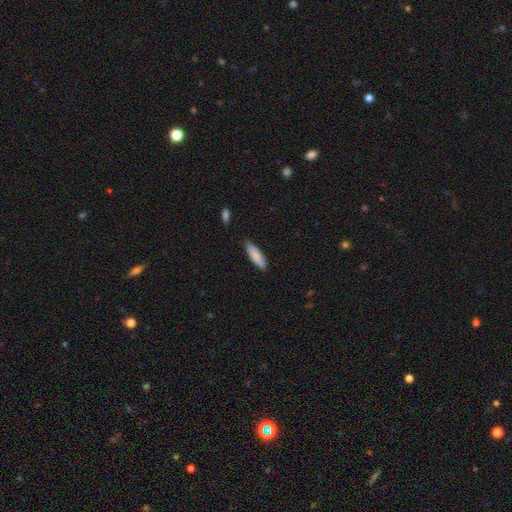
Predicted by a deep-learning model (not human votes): smooth_or_featured: smooth (p=0.86) [alt: featured or disk p=0.09]
how_rounded: cigar-shaped (p=0.54) [alt: in between p=0.45]
merging: none (p=0.79) [alt: minor disturbance p=0.16]